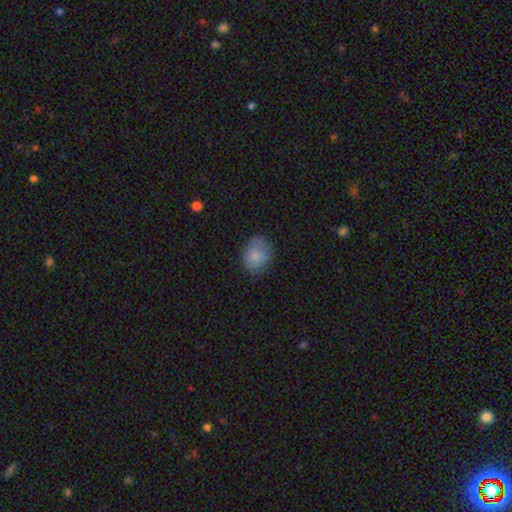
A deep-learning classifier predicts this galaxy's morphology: smooth_or_featured: smooth (p=0.81) [alt: featured or disk p=0.11]
how_rounded: in between (p=0.59) [alt: round p=0.40]
merging: none (p=0.70) [alt: minor disturbance p=0.22]